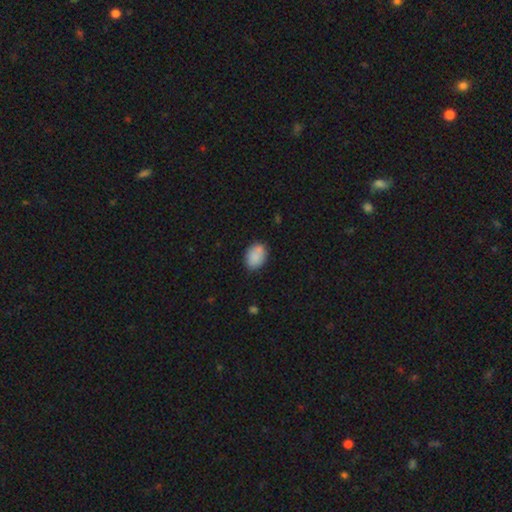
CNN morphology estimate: This appears to be a smooth galaxy with no disk features (85%) that is in between round and cigar-shaped (73%). Merging: none (74%).